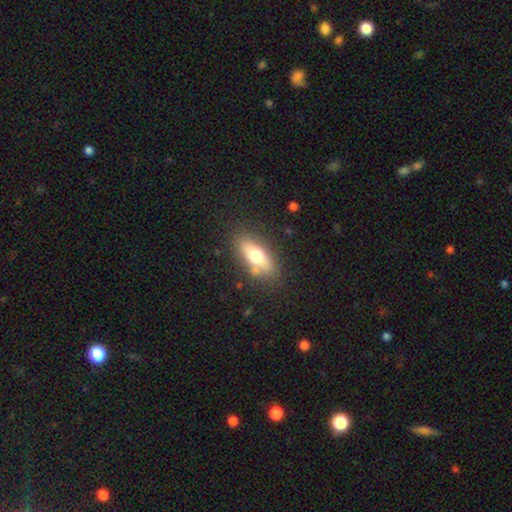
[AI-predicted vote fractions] The model was most divided on "smooth or featured": smooth: 66%, featured or disk: 26%, star or artifact: 8%. More confident: merging — none (77%); how rounded — in between (73%).